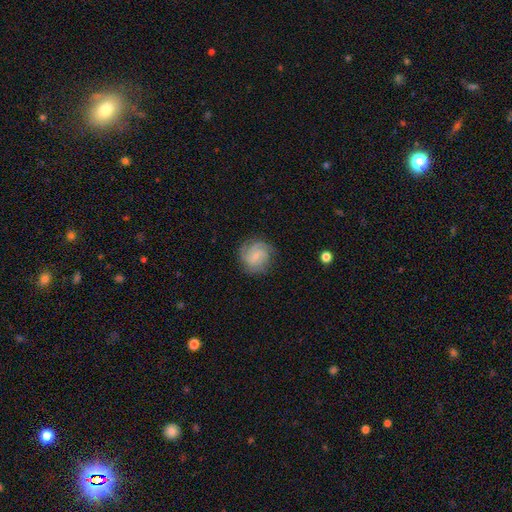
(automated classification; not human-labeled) Morphology: type=featured or disk (76%); edge-on=no (98%); bar=no (60%); spiral arms=yes (95%); winding=tight (61%); arm count=3 (35%); bulge=small (71%); merging=none (78%).